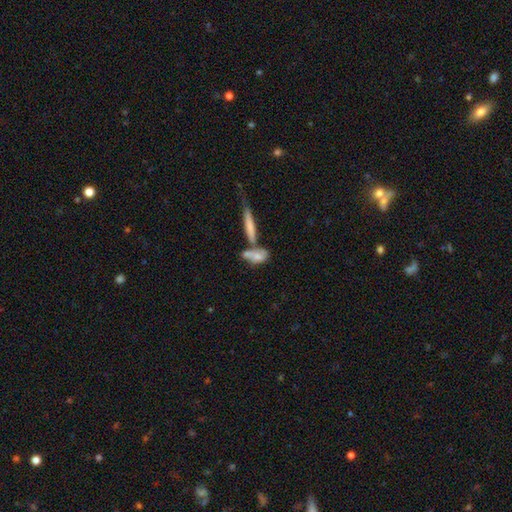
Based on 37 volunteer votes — smooth_or_featured: smooth (p=0.62) [alt: featured or disk p=0.32]
how_rounded: in between (p=0.83) [alt: cigar-shaped p=0.13]
merging: merger (p=0.60) [alt: none p=0.14]